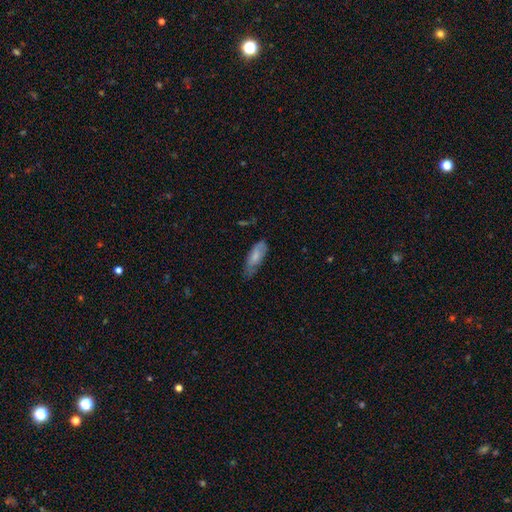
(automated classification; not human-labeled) smooth 69%, featured or disk 24%, star or artifact 6%. Down the decision tree: how rounded — in between (67%); merging — none (53%).